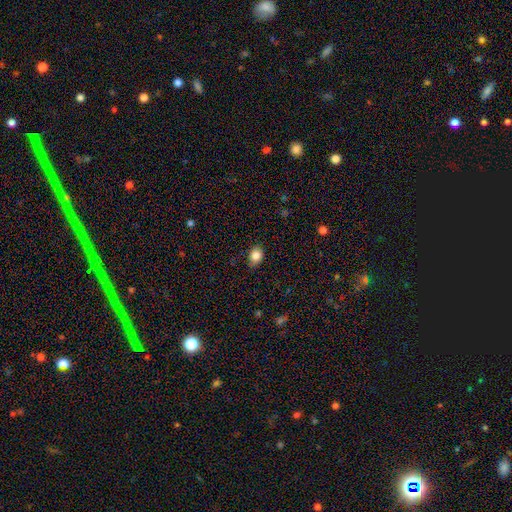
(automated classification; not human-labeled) A smooth galaxy with no disk features (85%) that is in between round and cigar-shaped (68%).

Vote fractions:
- Smooth or featured? smooth: 85% / star or artifact: 9% / featured or disk: 6%
- How rounded? in between: 68% / round: 31% / cigar-shaped: 1%
- Merging? none: 82% / minor disturbance: 15% / major disturbance: 3% / merger: 1%